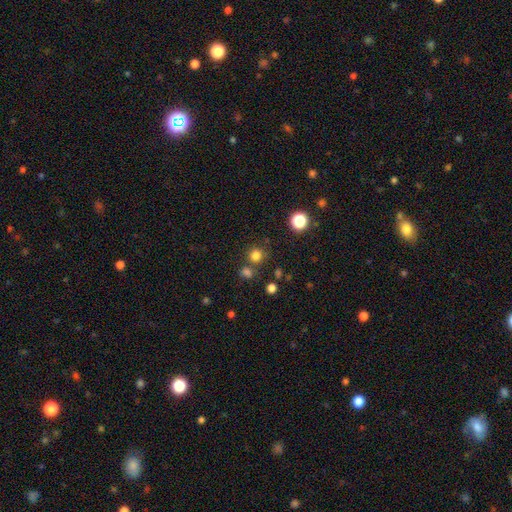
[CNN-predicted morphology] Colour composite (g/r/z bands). It shows a smooth galaxy with no disk features (77%) that is round (91%). Merging: none (74%).